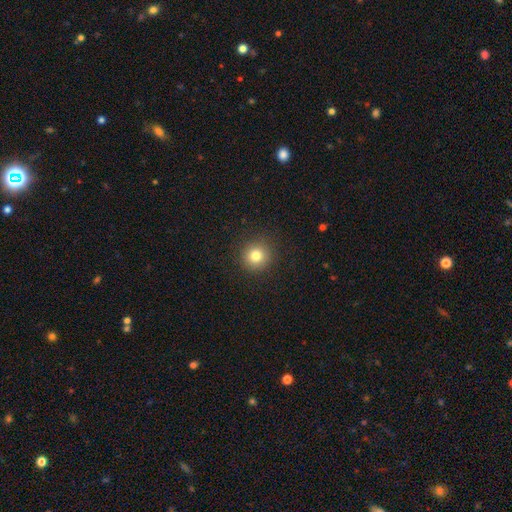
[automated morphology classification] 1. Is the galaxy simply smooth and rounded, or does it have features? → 80% smooth, 12% star or artifact, 7% featured or disk.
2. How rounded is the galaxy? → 93% round, 6% in between, 1% cigar-shaped.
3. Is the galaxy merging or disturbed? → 91% none, 6% minor disturbance, 2% major disturbance, 1% merger.